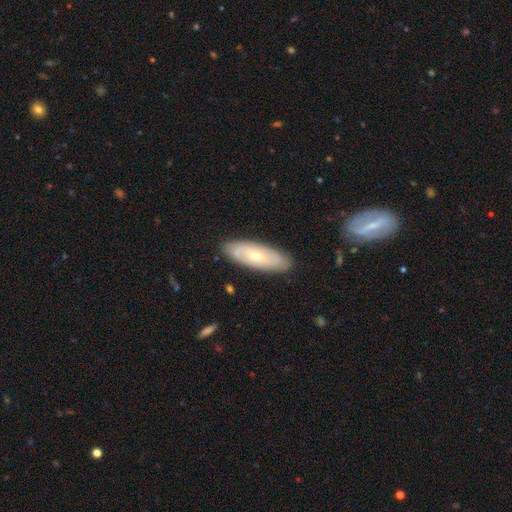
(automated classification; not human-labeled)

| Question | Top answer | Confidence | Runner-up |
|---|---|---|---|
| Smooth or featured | featured or disk | 53% | smooth (41%) |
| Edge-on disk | no | 81% | yes (19%) |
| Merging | none | 85% | minor disturbance (11%) |